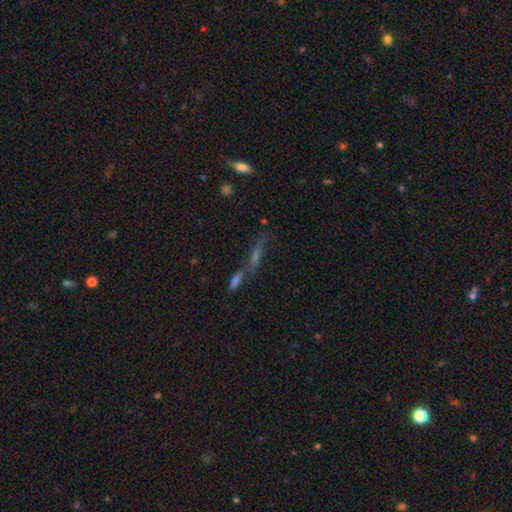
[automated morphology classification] A featured or disk galaxy (35%, tied with smooth). Merging: merger (41%).